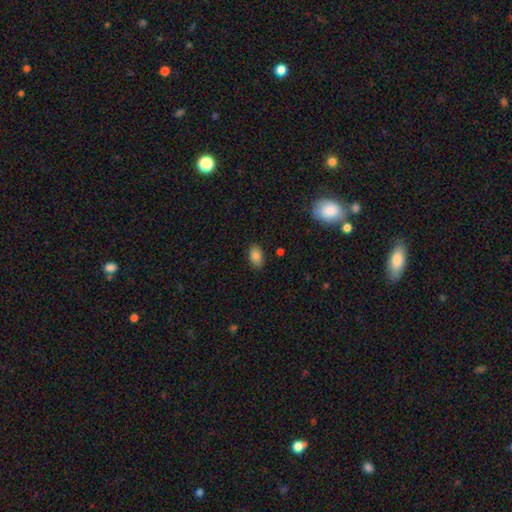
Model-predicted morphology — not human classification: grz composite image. It shows a smooth galaxy with no disk features (83%) that is in between round and cigar-shaped (90%). Merging: none (86%).